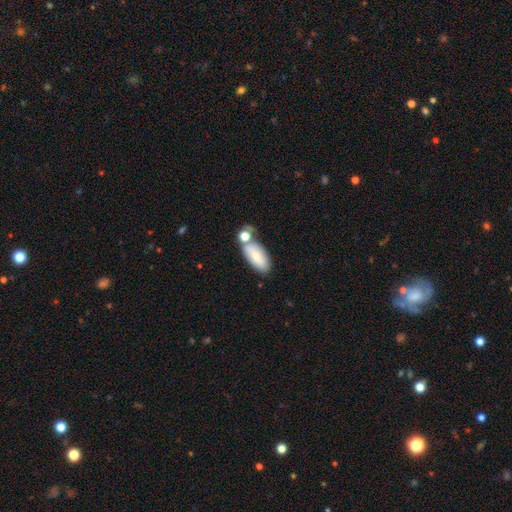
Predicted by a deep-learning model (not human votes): Smooth or featured: smooth — 73% (featured or disk — 20%)
How rounded: in between — 87% (cigar-shaped — 10%)
Merging: none — 52% (merger — 25%)